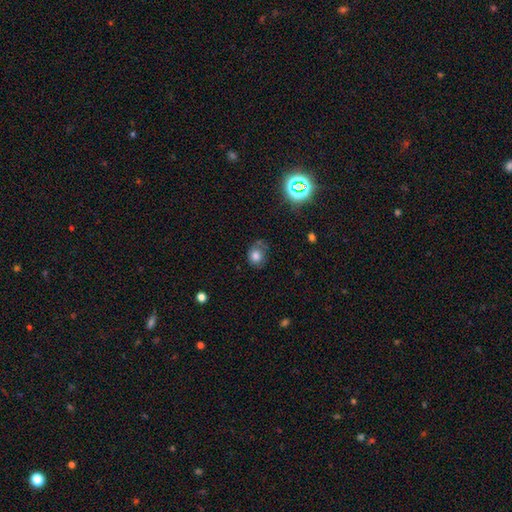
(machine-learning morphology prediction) Overall: smooth (75%). How rounded: round (68%; in between 31%). Merging: none (58%; minor disturbance 28%).